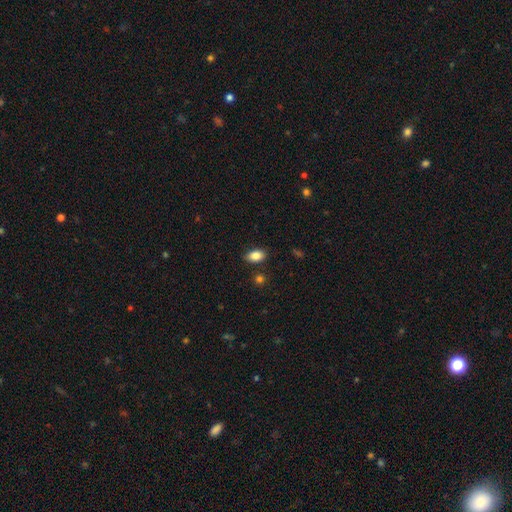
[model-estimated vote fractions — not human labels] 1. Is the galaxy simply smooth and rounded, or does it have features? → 85% smooth, 8% star or artifact, 6% featured or disk.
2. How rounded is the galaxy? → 88% in between, 10% round, 2% cigar-shaped.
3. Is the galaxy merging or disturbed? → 86% none, 10% minor disturbance, 2% merger, 2% major disturbance.